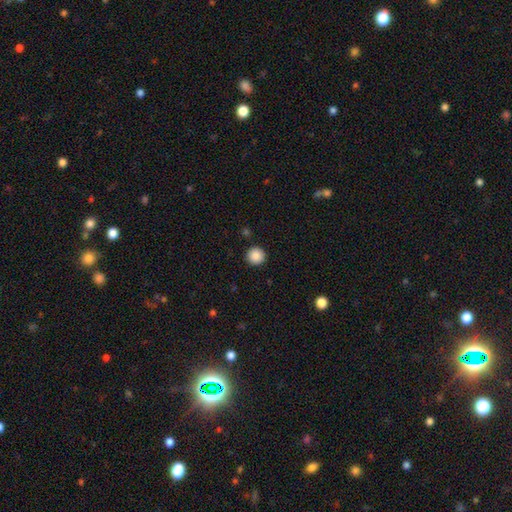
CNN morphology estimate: Smooth or featured?
  - smooth: 88% *
  - star or artifact: 9%
  - featured or disk: 3%
How rounded?
  - round: 95% *
  - in between: 4%
  - cigar-shaped: 1%
Merging?
  - none: 92% *
  - minor disturbance: 5%
  - major disturbance: 2%
  - merger: 1%